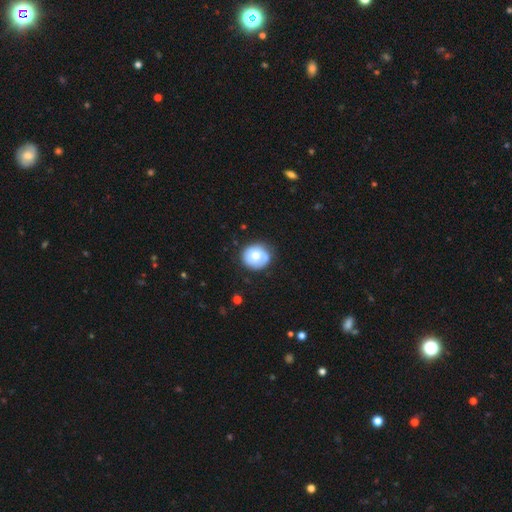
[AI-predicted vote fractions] This is possibly a smooth galaxy (54%). How rounded: clearly round (83%). Merging: likely none (71%).